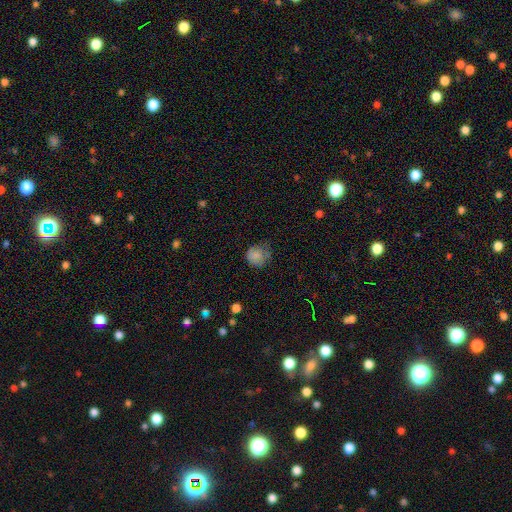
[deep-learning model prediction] Morphology: type=smooth (80%); roundness=round (85%); merging=none (57%).